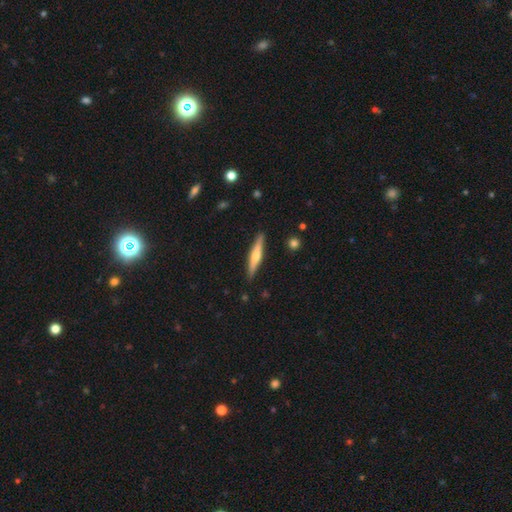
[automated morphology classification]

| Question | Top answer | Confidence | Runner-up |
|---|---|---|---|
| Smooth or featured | featured or disk | 52% | smooth (42%) |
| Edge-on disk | yes | 96% | no (4%) |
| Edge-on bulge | rounded | 80% | none (12%) |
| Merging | none | 90% | minor disturbance (8%) |